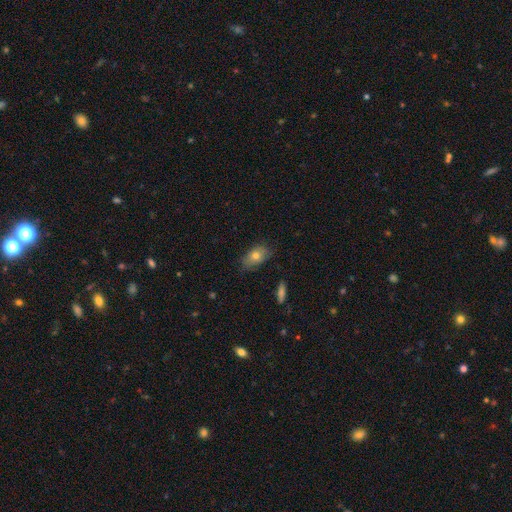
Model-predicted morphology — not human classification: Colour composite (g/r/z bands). It shows a smooth galaxy with no disk features (73%) that is in between round and cigar-shaped (87%). Merging: none (73%).